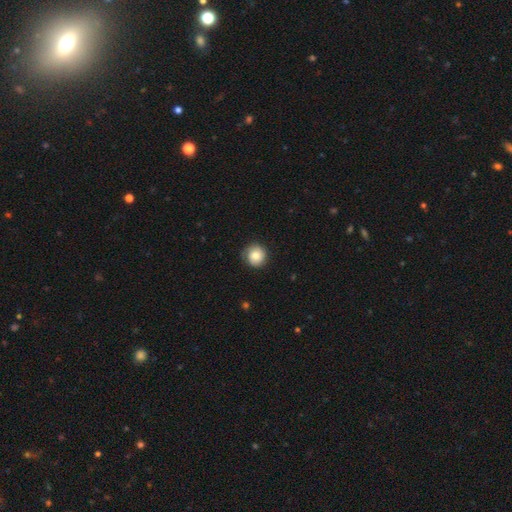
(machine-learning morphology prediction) smooth_or_featured: smooth (p=0.76) [alt: featured or disk p=0.16]
how_rounded: round (p=0.92) [alt: in between p=0.08]
merging: none (p=0.81) [alt: minor disturbance p=0.14]